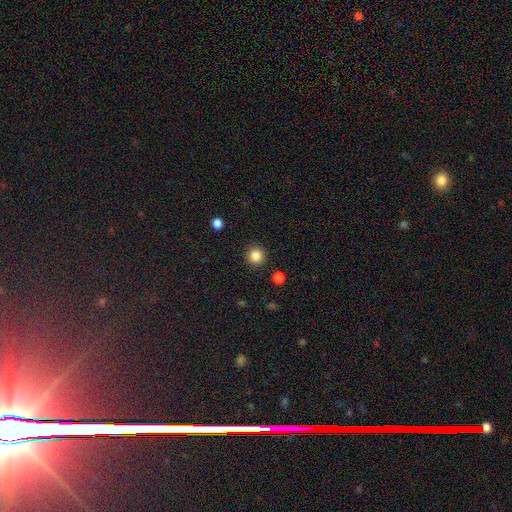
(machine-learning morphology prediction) smooth 85%, star or artifact 11%, featured or disk 4%. Down the decision tree: how rounded — round (95%); merging — none (92%).